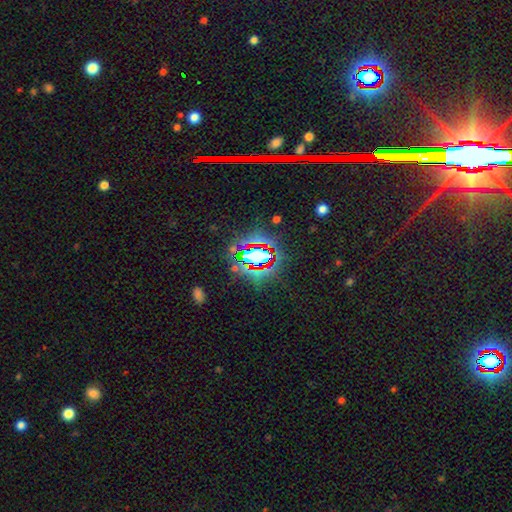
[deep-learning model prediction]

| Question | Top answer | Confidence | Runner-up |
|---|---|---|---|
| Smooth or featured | star or artifact | 72% | smooth (17%) |